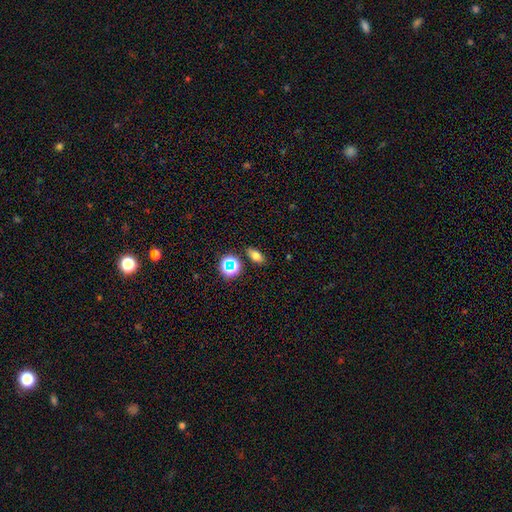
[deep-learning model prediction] A smooth galaxy with no disk features (71%) that is in between round and cigar-shaped (80%).

Vote fractions:
- Smooth or featured? smooth: 71% / star or artifact: 19% / featured or disk: 10%
- How rounded? in between: 80% / round: 13% / cigar-shaped: 7%
- Merging? none: 83% / minor disturbance: 10% / merger: 4% / major disturbance: 3%